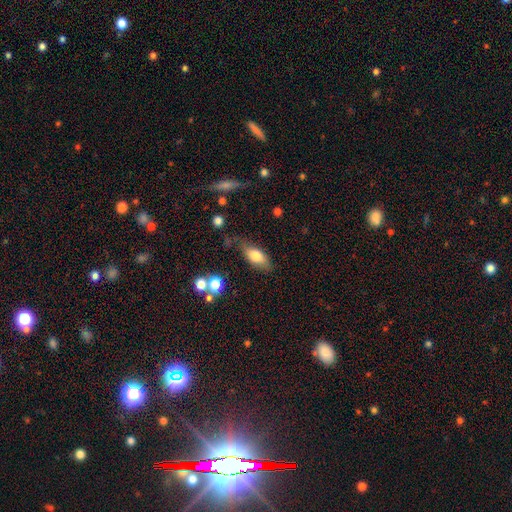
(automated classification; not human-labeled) A smooth galaxy with no disk features (75%) that is in between round and cigar-shaped (82%). Merging: none (68%).